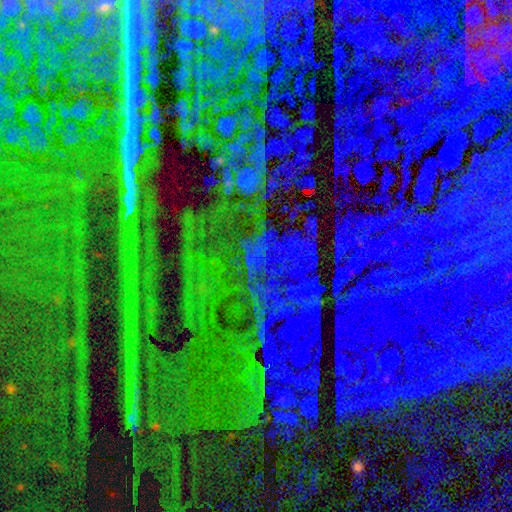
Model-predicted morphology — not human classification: type=star or artifact (85%).